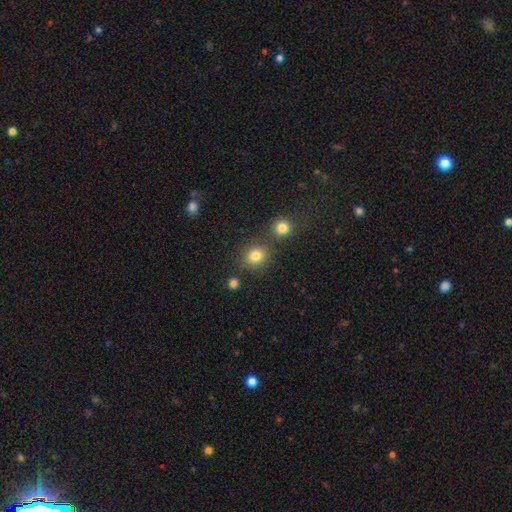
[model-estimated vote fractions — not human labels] A smooth galaxy with no disk features (81%) that is round (70%).

Vote fractions:
- Smooth or featured? smooth: 81% / star or artifact: 13% / featured or disk: 6%
- How rounded? round: 70% / in between: 29% / cigar-shaped: 1%
- Merging? none: 72% / merger: 14% / minor disturbance: 10% / major disturbance: 4%